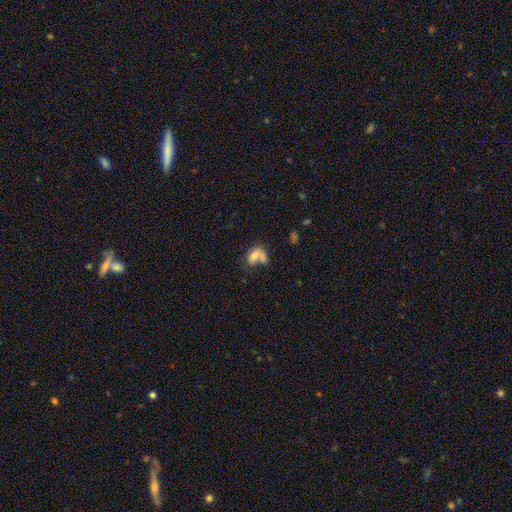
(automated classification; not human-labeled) Overall: smooth (66%). How rounded: in between (80%). Merging: merger (31%; major disturbance 27%).